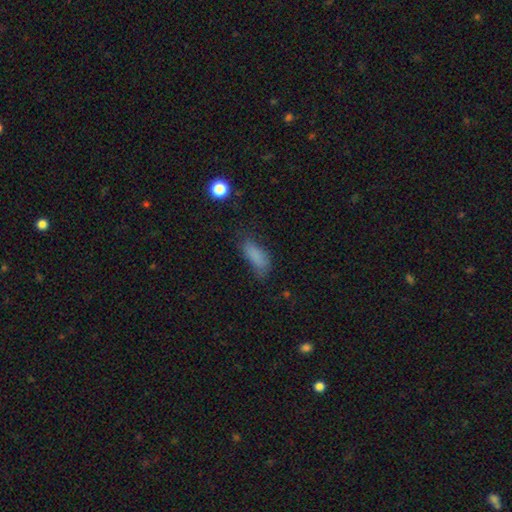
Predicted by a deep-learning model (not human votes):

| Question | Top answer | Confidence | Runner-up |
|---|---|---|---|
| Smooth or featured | smooth | 81% | star or artifact (11%) |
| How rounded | in between | 72% | cigar-shaped (25%) |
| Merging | none | 58% | minor disturbance (28%) |